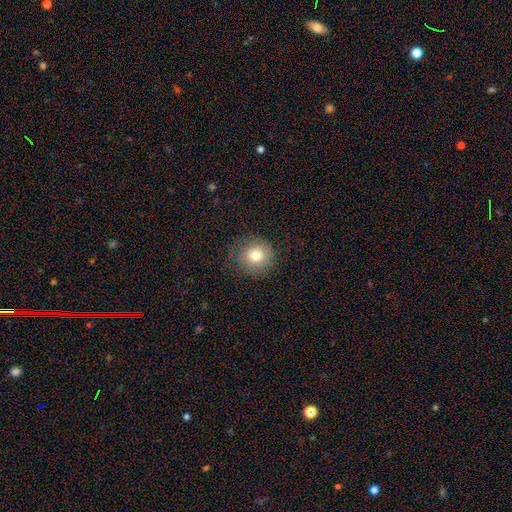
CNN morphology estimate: A smooth galaxy with no disk features (76%) that is round (92%). Merging: none (81%).